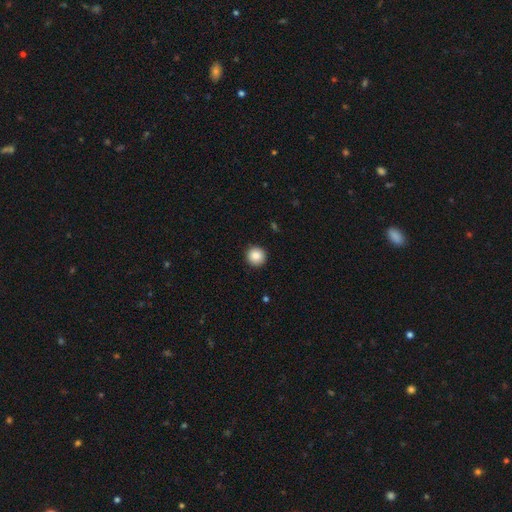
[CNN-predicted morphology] A smooth galaxy with no disk features (87%) that is round (95%). Merging: none (92%).